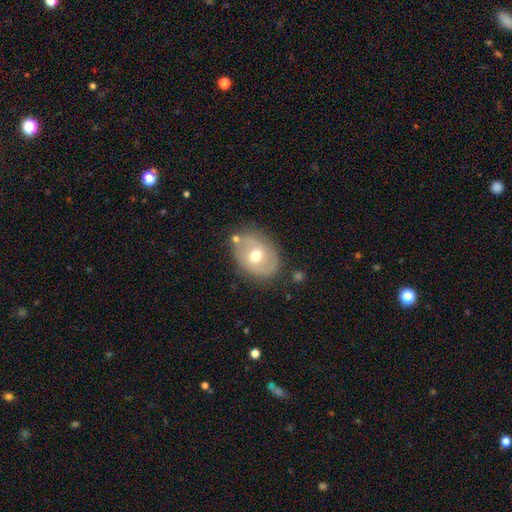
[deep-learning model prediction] This appears to be a featured or disk galaxy (52%). Merging: none (74%).